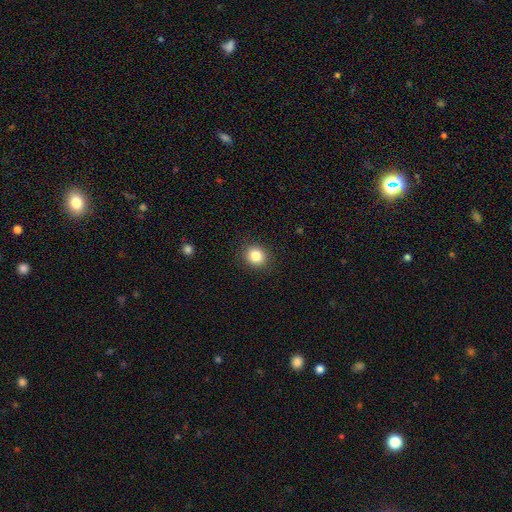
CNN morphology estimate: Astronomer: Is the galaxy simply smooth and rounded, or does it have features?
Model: smooth — 84%.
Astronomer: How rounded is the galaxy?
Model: round — 81%.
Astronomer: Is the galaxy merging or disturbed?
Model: none — 91%.